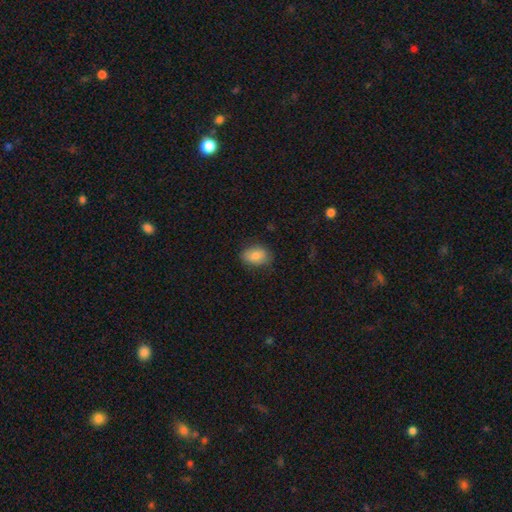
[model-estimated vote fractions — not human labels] This is clearly a smooth galaxy (82%). How rounded: likely in between (78%). Merging: likely none (79%).